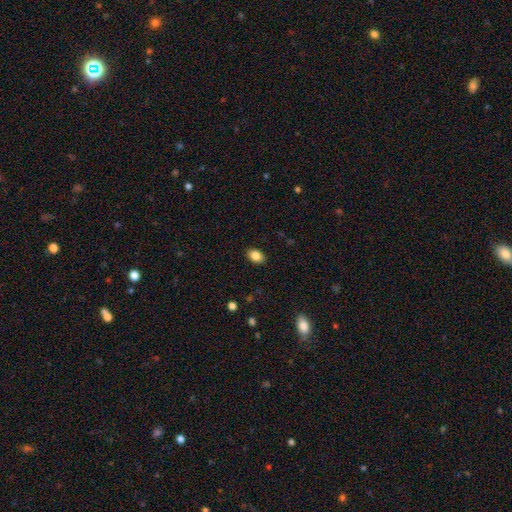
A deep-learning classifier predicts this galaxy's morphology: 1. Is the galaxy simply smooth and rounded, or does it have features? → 86% smooth, 9% star or artifact, 6% featured or disk.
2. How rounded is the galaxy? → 79% in between, 20% round, 1% cigar-shaped.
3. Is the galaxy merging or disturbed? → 89% none, 8% minor disturbance, 2% major disturbance, 1% merger.